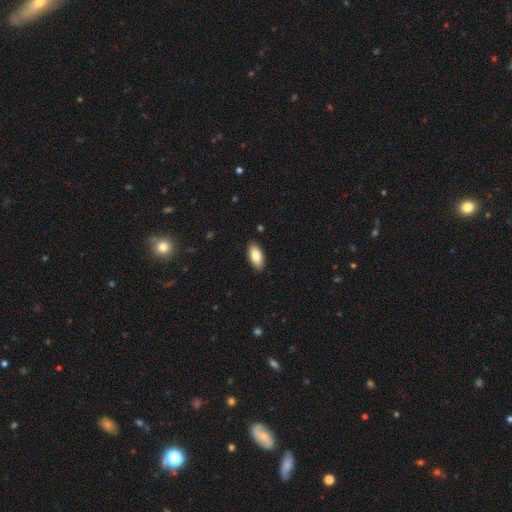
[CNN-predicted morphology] A smooth galaxy with no disk features (82%) that is in between round and cigar-shaped (90%).

Vote fractions:
- Smooth or featured? smooth: 82% / featured or disk: 12% / star or artifact: 6%
- How rounded? in between: 90% / cigar-shaped: 7% / round: 2%
- Merging? none: 89% / minor disturbance: 8% / major disturbance: 2% / merger: 1%